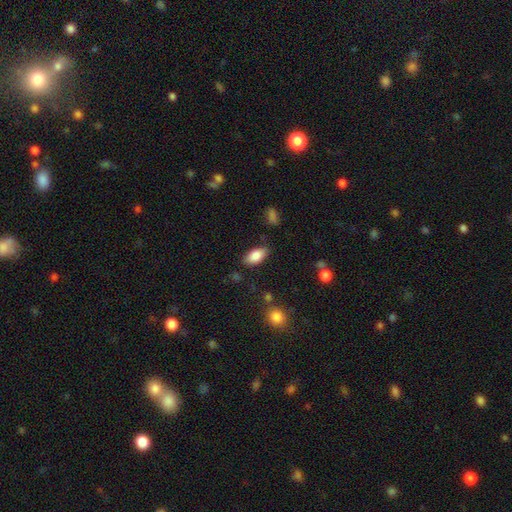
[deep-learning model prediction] Smooth or featured: smooth — 84% (featured or disk — 8%)
How rounded: in between — 91% (cigar-shaped — 6%)
Merging: none — 80% (minor disturbance — 14%)